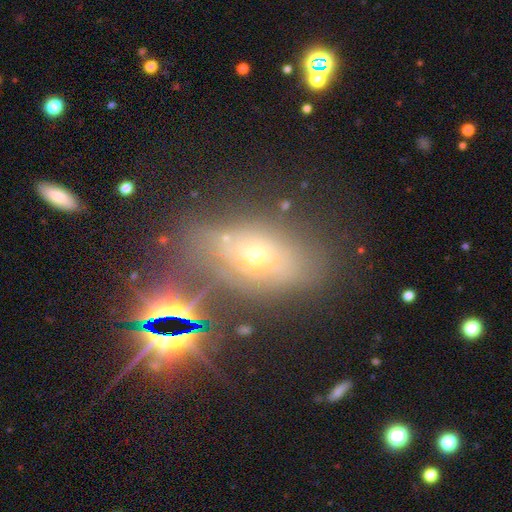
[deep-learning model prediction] Morphology: type=smooth (36%); merging=none (67%).